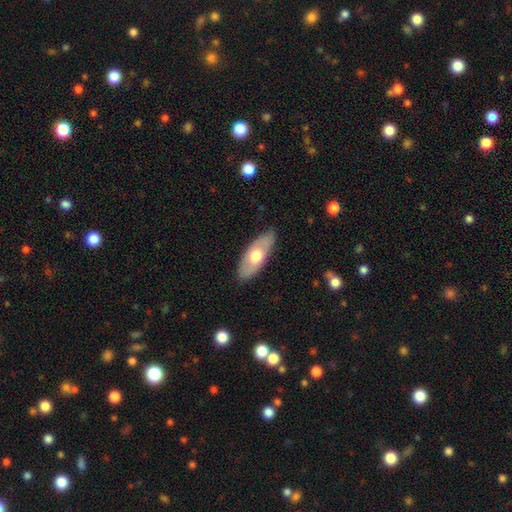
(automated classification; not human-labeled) This appears to be a smooth galaxy with no disk features (55%) that is in between round and cigar-shaped (80%). Merging: none (83%).